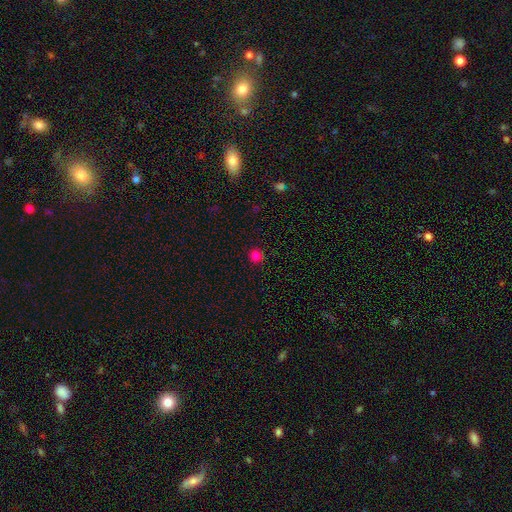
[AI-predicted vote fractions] Smooth or featured? smooth (80%)
How rounded? round (94%)
Merging? none (90%)